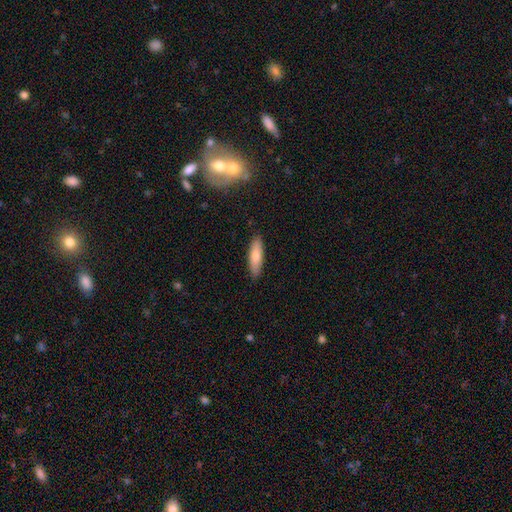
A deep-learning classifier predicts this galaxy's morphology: Smooth or featured: smooth — 77% (featured or disk — 17%)
How rounded: cigar-shaped — 53% (in between — 45%)
Merging: none — 88% (minor disturbance — 9%)